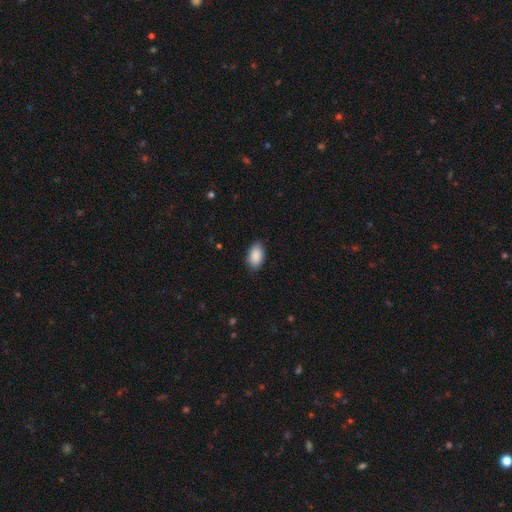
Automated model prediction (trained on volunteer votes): A smooth galaxy with no disk features (90%) that is in between round and cigar-shaped (93%). Merging: none (86%).